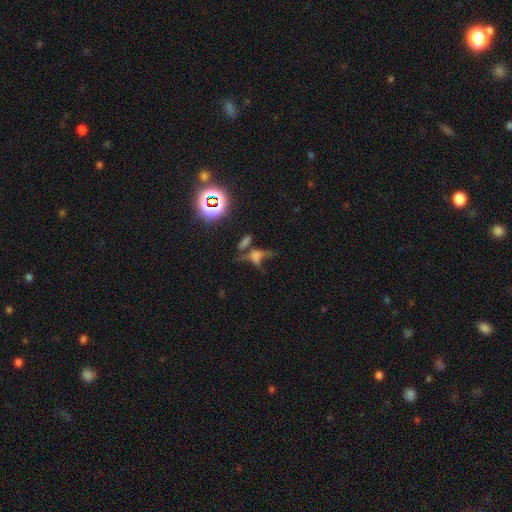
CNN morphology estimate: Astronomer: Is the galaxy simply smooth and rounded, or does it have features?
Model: smooth — 37% (runner-up: featured or disk, 33%).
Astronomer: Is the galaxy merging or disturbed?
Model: merger — 31% (runner-up: none, 30%).